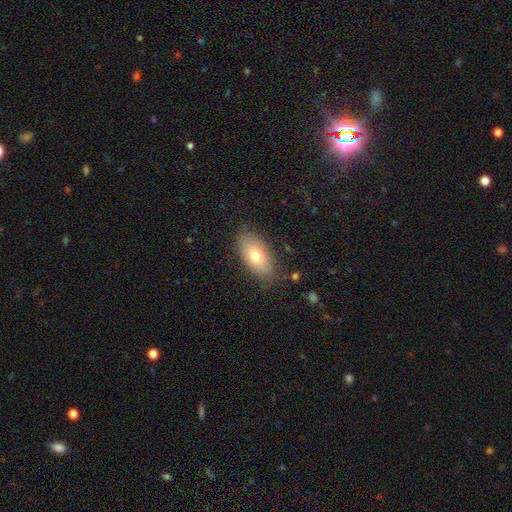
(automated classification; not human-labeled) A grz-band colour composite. It shows a smooth galaxy with no disk features (72%) that is in between round and cigar-shaped (90%). Merging: none (81%).